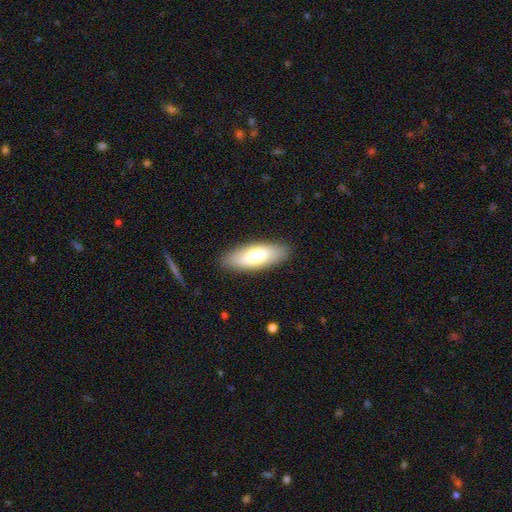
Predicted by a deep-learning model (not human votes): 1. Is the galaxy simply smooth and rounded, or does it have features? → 70% smooth, 24% featured or disk, 6% star or artifact.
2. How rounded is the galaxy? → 72% in between, 26% cigar-shaped, 2% round.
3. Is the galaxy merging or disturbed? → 88% none, 9% minor disturbance, 2% major disturbance, 1% merger.